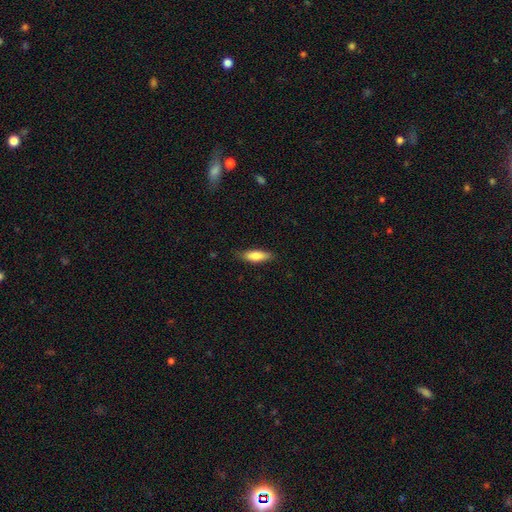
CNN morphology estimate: Smooth or featured?
  - smooth: 77% *
  - featured or disk: 17%
  - star or artifact: 6%
How rounded?
  - in between: 53% *
  - cigar-shaped: 45%
  - round: 2%
Merging?
  - none: 80% *
  - minor disturbance: 16%
  - major disturbance: 3%
  - merger: 1%